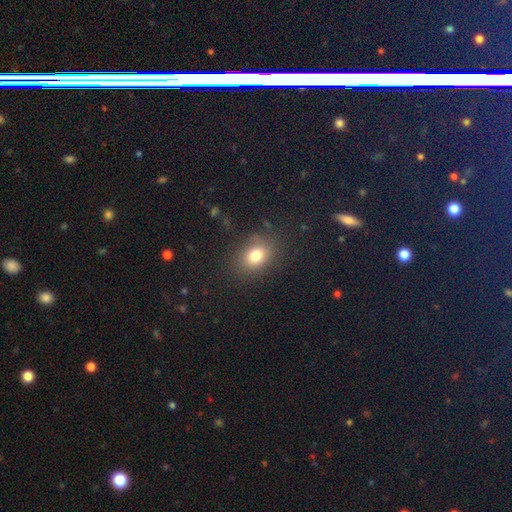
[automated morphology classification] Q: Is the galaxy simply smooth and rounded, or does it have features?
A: smooth — 79%.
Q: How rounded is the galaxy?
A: in between — 59%.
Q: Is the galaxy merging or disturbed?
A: none — 82%.